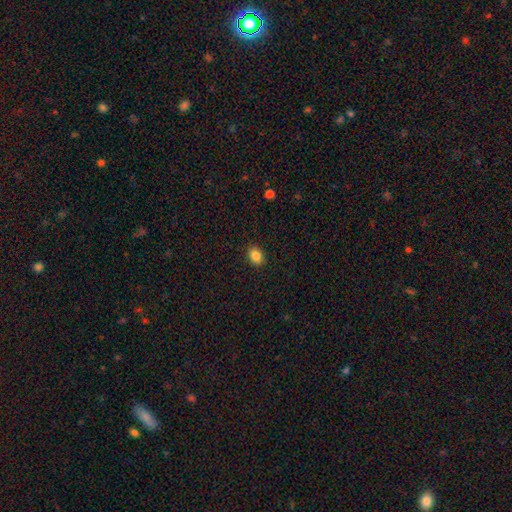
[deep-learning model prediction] This appears to be a smooth galaxy with no disk features (86%) that is in between round and cigar-shaped (66%). Merging: none (89%).